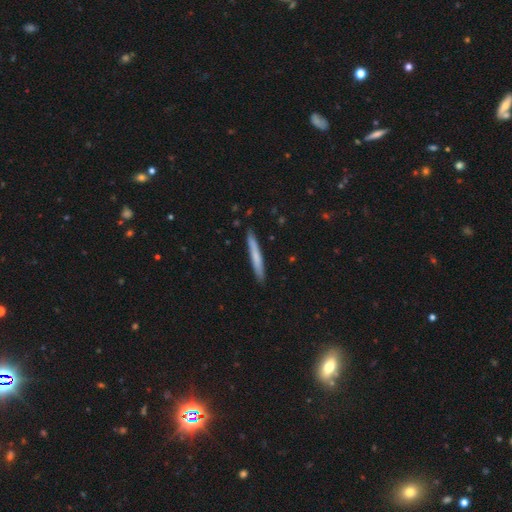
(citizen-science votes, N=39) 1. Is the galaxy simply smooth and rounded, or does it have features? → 67% smooth, 33% featured or disk, 0% star or artifact.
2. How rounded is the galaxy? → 88% cigar-shaped, 8% round, 4% in between.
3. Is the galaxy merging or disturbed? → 95% none, 3% minor disturbance, 3% major disturbance, 0% merger.